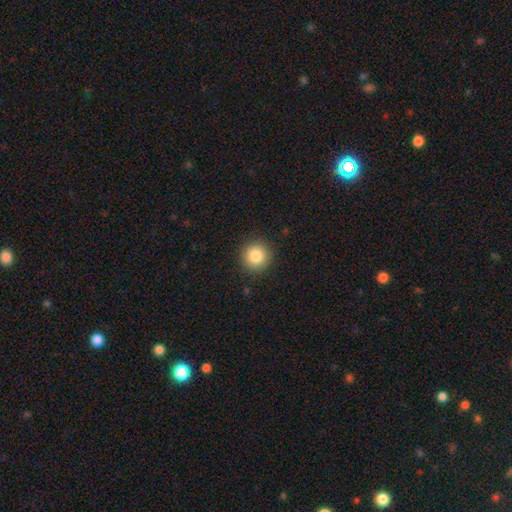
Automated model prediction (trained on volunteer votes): A smooth galaxy with no disk features (85%) that is round (94%).

Vote fractions:
- Smooth or featured? smooth: 85% / star or artifact: 10% / featured or disk: 6%
- How rounded? round: 94% / in between: 5% / cigar-shaped: 1%
- Merging? none: 90% / minor disturbance: 6% / major disturbance: 2% / merger: 1%